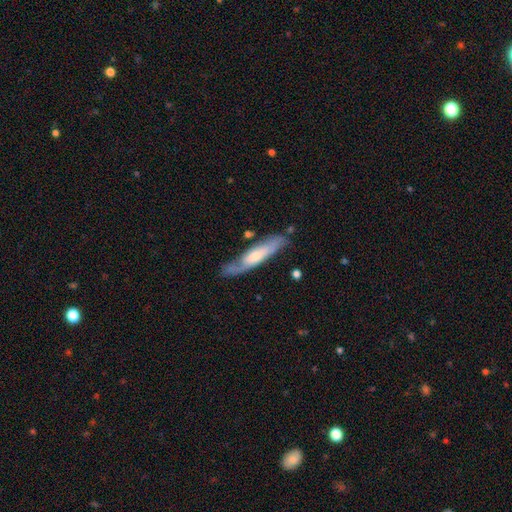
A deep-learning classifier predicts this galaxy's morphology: type=featured or disk (56%); edge-on=yes (50%, tied with no); merging=none (67%).